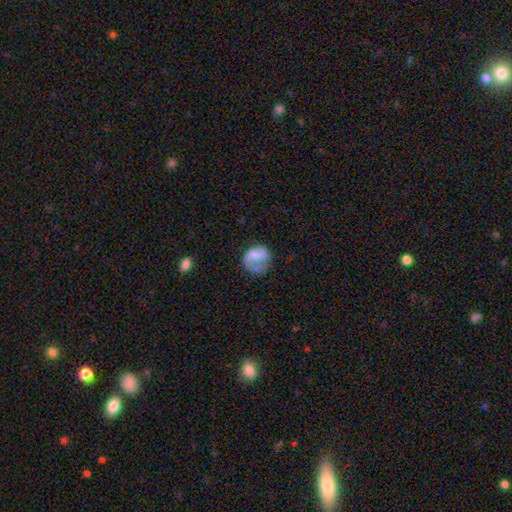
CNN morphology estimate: A smooth galaxy with no disk features (46%, tied with featured or disk).

Vote fractions:
- Smooth or featured? smooth: 46% (tied) / featured or disk: 46% (tied) / star or artifact: 8%
- Merging? none: 44% / major disturbance: 28% / minor disturbance: 25% / merger: 3%